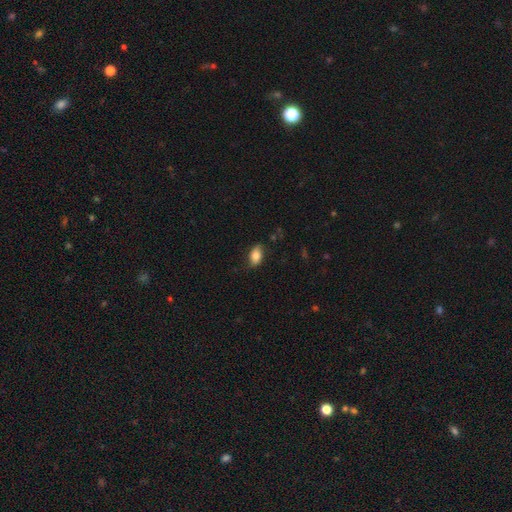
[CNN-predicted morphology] smooth_or_featured: smooth (p=0.79) [alt: featured or disk p=0.13]
how_rounded: in between (p=0.89) [alt: round p=0.08]
merging: none (p=0.72) [alt: minor disturbance p=0.21]